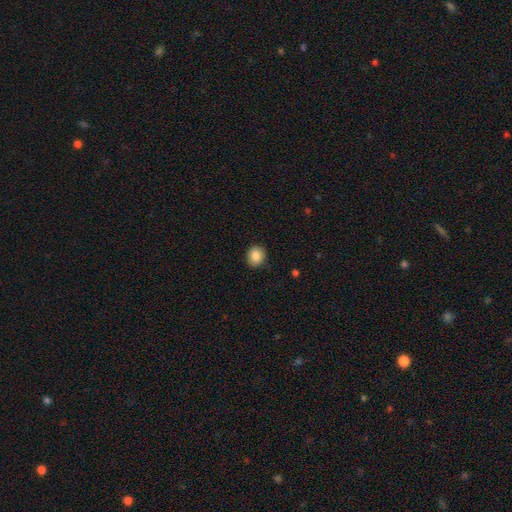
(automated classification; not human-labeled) smooth-or-featured: smooth: 86% | star or artifact: 9% | featured or disk: 5%
  how-rounded: round: 77% | in between: 22% | cigar-shaped: 1%
  merging: none: 88% | minor disturbance: 9% | major disturbance: 2% | merger: 1%